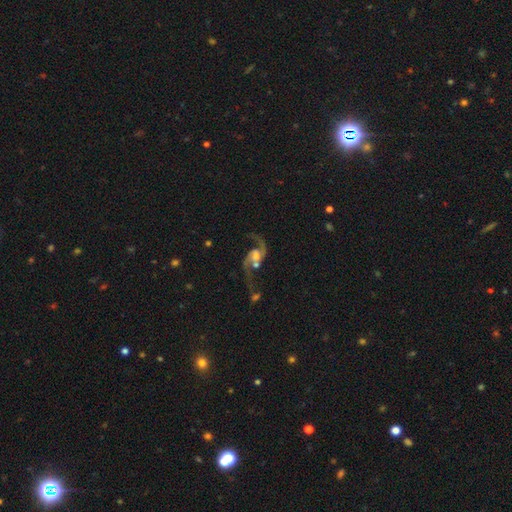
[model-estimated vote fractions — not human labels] Q: Smooth or featured?
A: featured or disk (88%); runner-up: smooth (6%)
Q: Edge-on disk?
A: no (97%); runner-up: yes (3%)
Q: Bar?
A: no (54%); runner-up: weak (37%)
Q: Spiral arms?
A: yes (96%); runner-up: no (4%)
Q: Spiral winding?
A: loose (77%); runner-up: medium (19%)
Q: Spiral arm count?
A: 2 (91%); runner-up: 1 (4%)
Q: Bulge size?
A: moderate (45%); runner-up: small (28%)
Q: Merging?
A: none (39%); runner-up: merger (32%)